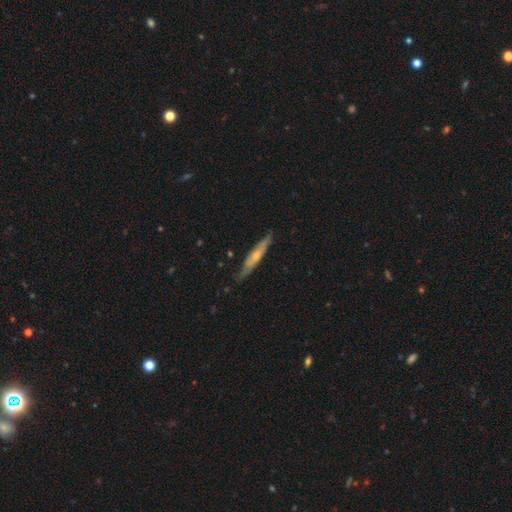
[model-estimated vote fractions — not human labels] Smooth or featured: featured or disk — 64% (smooth — 31%)
Edge-on disk: yes — 81% (no — 19%)
Edge-on bulge: rounded — 73% (none — 23%)
Merging: none — 80% (minor disturbance — 17%)